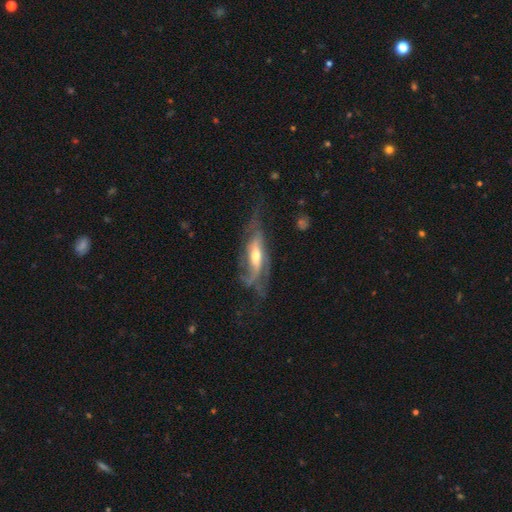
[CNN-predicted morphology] Overall: featured or disk (74%). Edge-on disk: no (70%). Bar: no (44%; weak 32%). Spiral arms: yes (79%). Bulge size: moderate (68%). Merging: none (41%; major disturbance 31%).